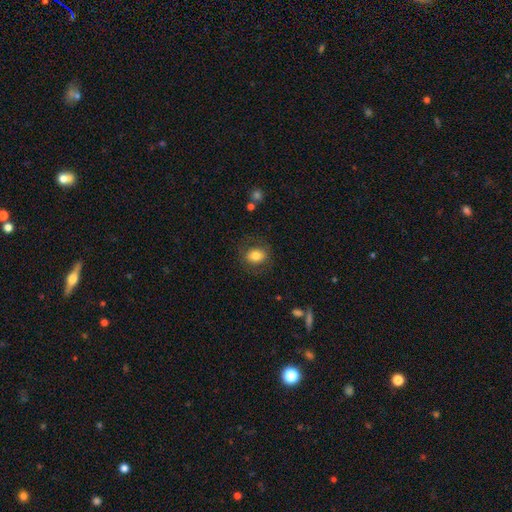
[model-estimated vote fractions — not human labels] smooth-or-featured: smooth: 78% | featured or disk: 13% | star or artifact: 9%
  how-rounded: in between: 53% | round: 46% | cigar-shaped: 1%
  merging: none: 79% | minor disturbance: 13% | major disturbance: 7% | merger: 1%